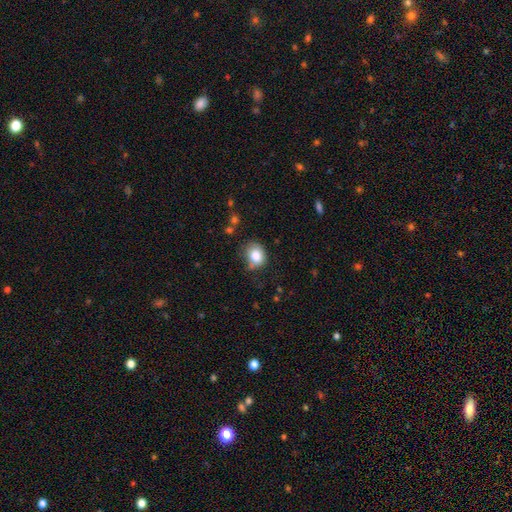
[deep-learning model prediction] This appears to be a smooth galaxy with no disk features (83%) that is round (58%). Merging: none (61%).